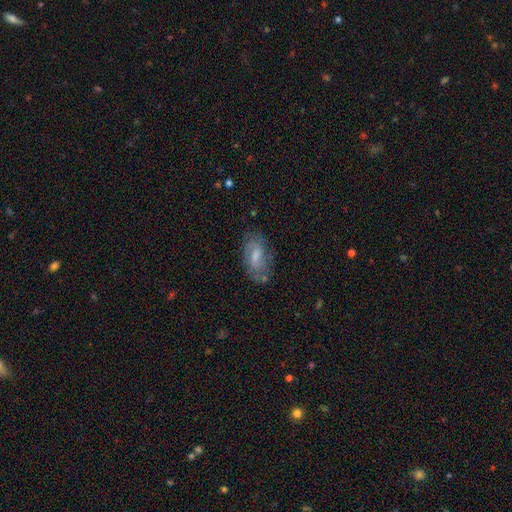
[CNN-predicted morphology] Overall: smooth (50%; featured or disk 43%). Merging: none (65%).